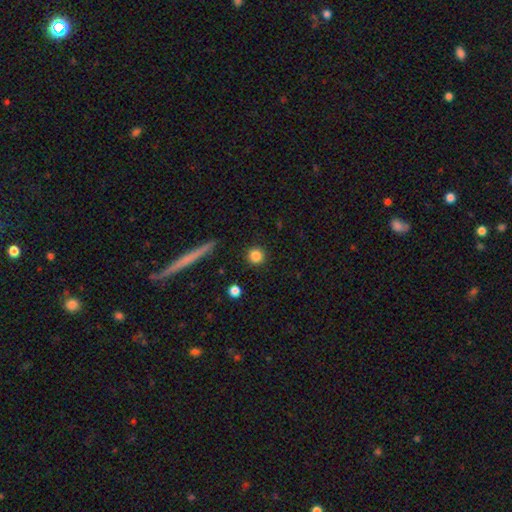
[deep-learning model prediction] This is clearly a smooth galaxy (84%). How rounded: clearly round (94%). Merging: clearly none (91%).